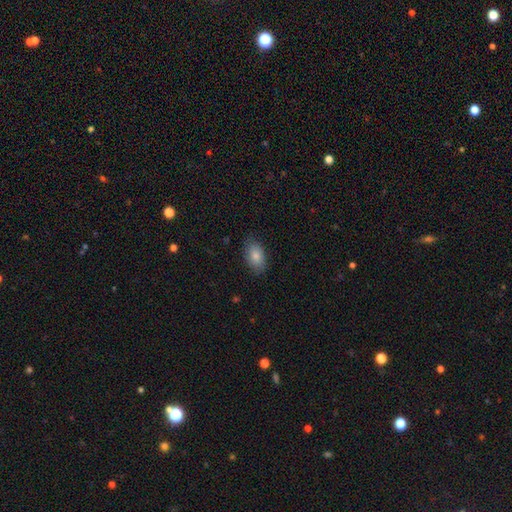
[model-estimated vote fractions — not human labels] smooth-or-featured: smooth: 83% | featured or disk: 10% | star or artifact: 7%
  how-rounded: in between: 91% | round: 8% | cigar-shaped: 2%
  merging: none: 82% | minor disturbance: 14% | major disturbance: 3% | merger: 1%